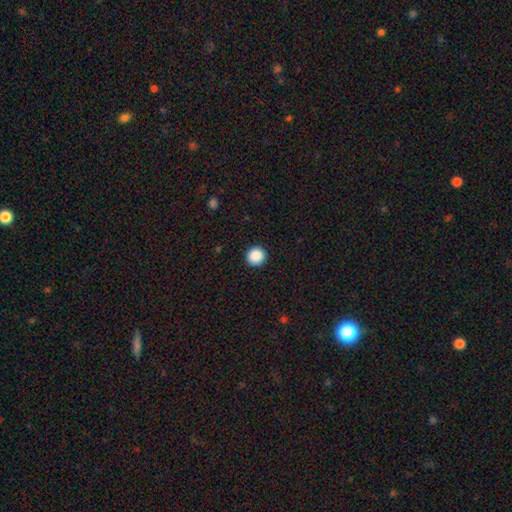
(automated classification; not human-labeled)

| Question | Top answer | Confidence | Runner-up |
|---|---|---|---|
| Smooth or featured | smooth | 88% | star or artifact (9%) |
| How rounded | round | 96% | in between (3%) |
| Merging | none | 93% | minor disturbance (5%) |